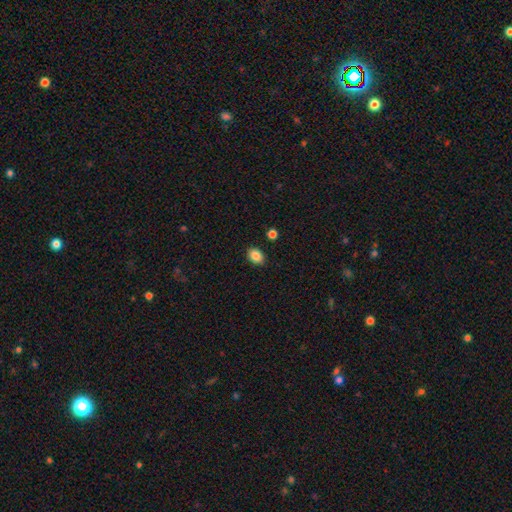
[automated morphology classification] smooth_or_featured: smooth (p=0.86) [alt: star or artifact p=0.09]
how_rounded: in between (p=0.69) [alt: round p=0.30]
merging: none (p=0.87) [alt: minor disturbance p=0.08]